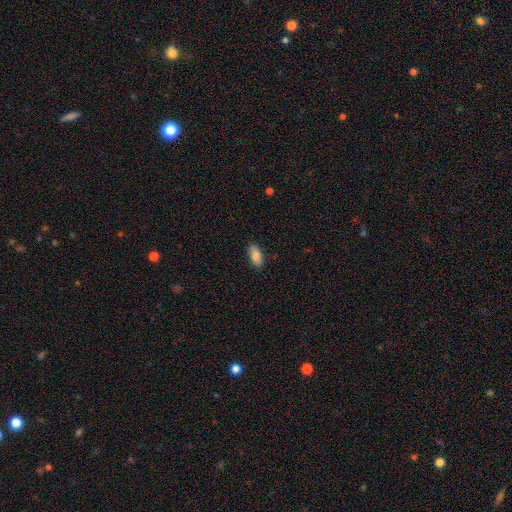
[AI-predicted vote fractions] Smooth or featured: smooth — 84% (featured or disk — 10%)
How rounded: in between — 91% (cigar-shaped — 6%)
Merging: none — 87% (minor disturbance — 10%)